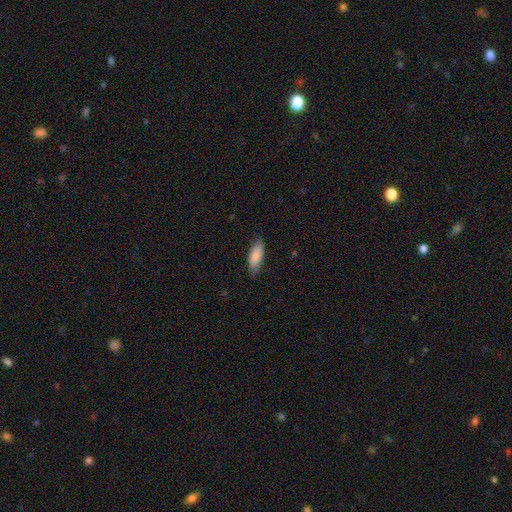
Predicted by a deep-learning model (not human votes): A smooth galaxy with no disk features (86%) that is in between round and cigar-shaped (71%).

Vote fractions:
- Smooth or featured? smooth: 86% / featured or disk: 8% / star or artifact: 6%
- How rounded? in between: 71% / cigar-shaped: 27% / round: 2%
- Merging? none: 78% / minor disturbance: 18% / major disturbance: 3% / merger: 1%